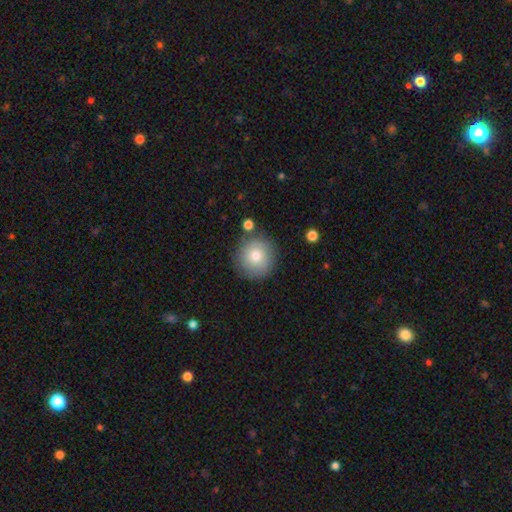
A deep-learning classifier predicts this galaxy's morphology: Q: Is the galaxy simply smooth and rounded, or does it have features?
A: smooth — 77%.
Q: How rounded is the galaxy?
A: round — 94%.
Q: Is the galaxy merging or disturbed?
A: none — 84%.